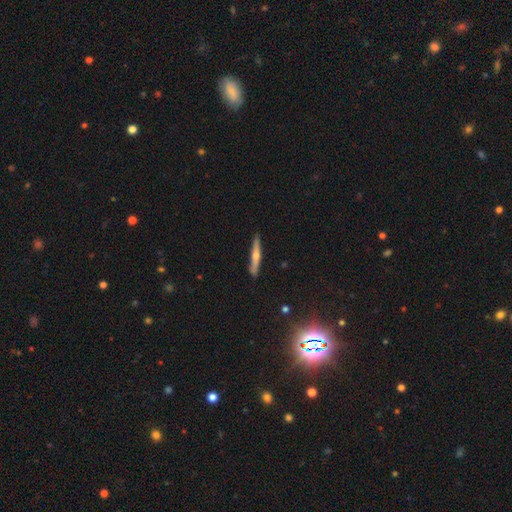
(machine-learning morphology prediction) Overall: featured or disk (59%; smooth 34%). Edge-on disk: yes (96%). Edge-on bulge: rounded (85%). Merging: none (89%).